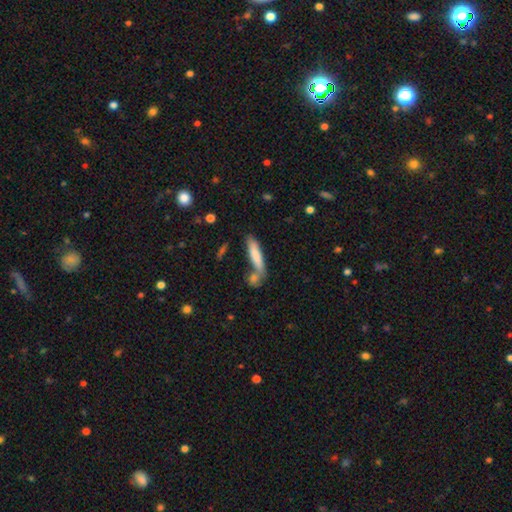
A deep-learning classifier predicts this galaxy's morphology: type=smooth (79%); roundness=cigar-shaped (77%); merging=none (55%).